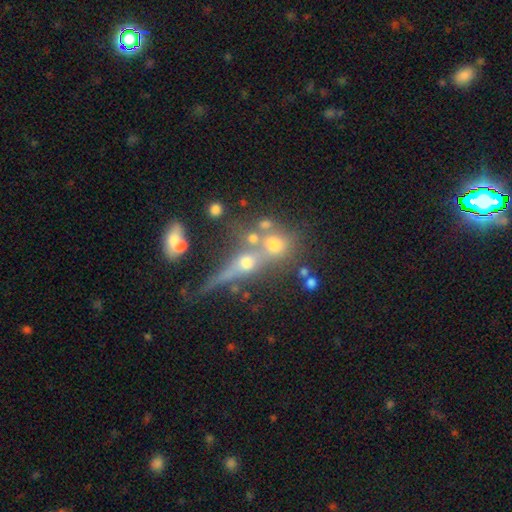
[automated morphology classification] Q: Smooth or featured?
A: featured or disk (45%); runner-up: smooth (30%)
Q: Merging?
A: merger (43%); runner-up: none (38%)